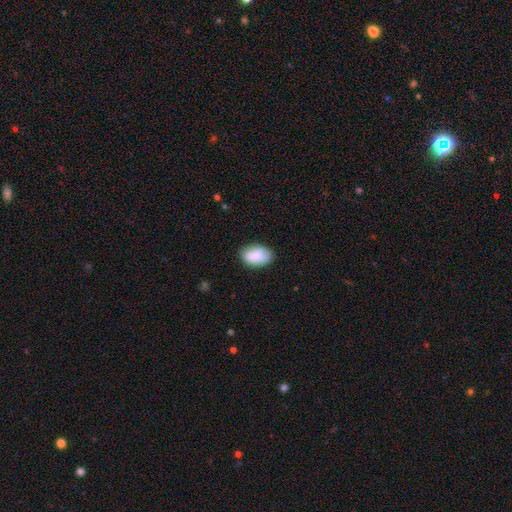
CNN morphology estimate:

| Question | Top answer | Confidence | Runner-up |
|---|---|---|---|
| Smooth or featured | smooth | 83% | featured or disk (10%) |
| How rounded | in between | 91% | round (8%) |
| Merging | none | 70% | minor disturbance (23%) |